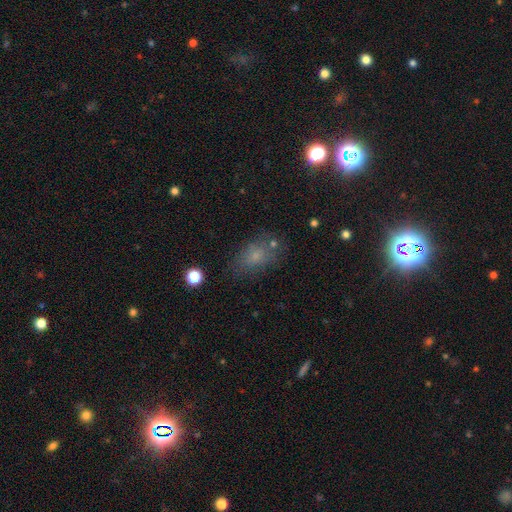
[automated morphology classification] This is likely a smooth galaxy (68%). How rounded: clearly in between (81%). Merging: likely none (68%).